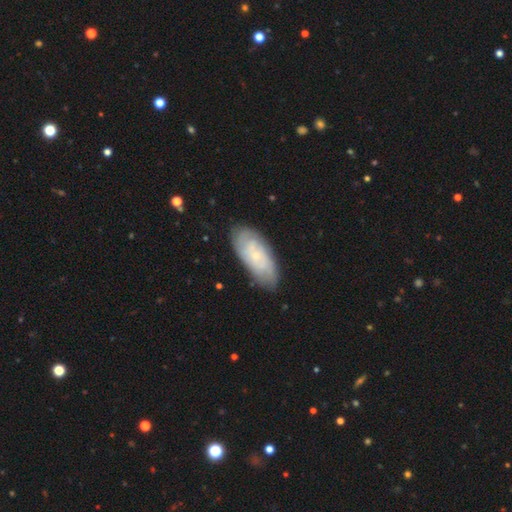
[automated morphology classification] A featured or disk galaxy (58%) with no bar (73%), spiral arms (85%) and a small central bulge (77%). Merging: none (78%).